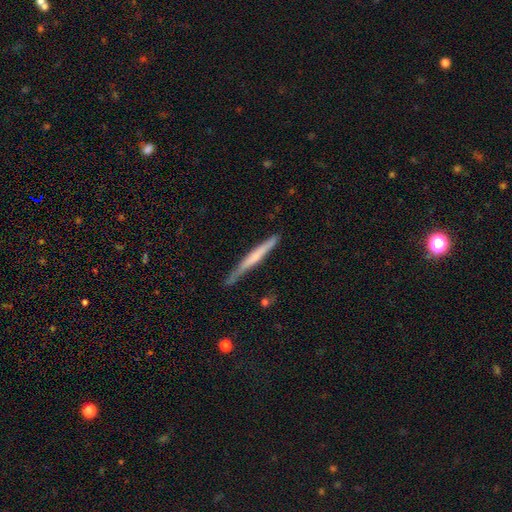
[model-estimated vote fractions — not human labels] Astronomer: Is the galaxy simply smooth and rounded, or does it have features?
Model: smooth — 49% (runner-up: featured or disk, 46%).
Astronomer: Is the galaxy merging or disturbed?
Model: none — 75%.